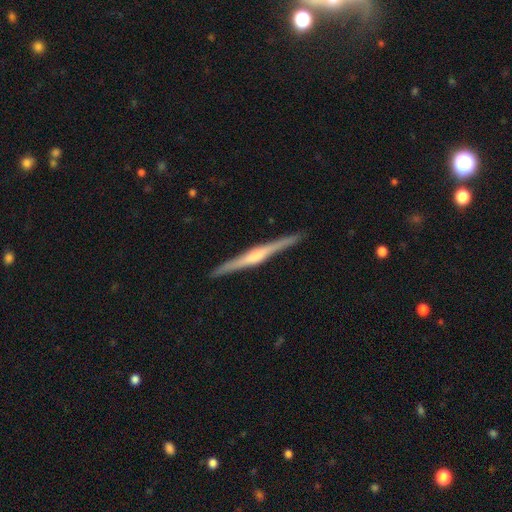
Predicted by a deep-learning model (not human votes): This is likely a featured or disk galaxy (78%). It is clearly viewed edge-on (98%). Edge-on bulge: likely rounded (66%). Merging: clearly none (92%).